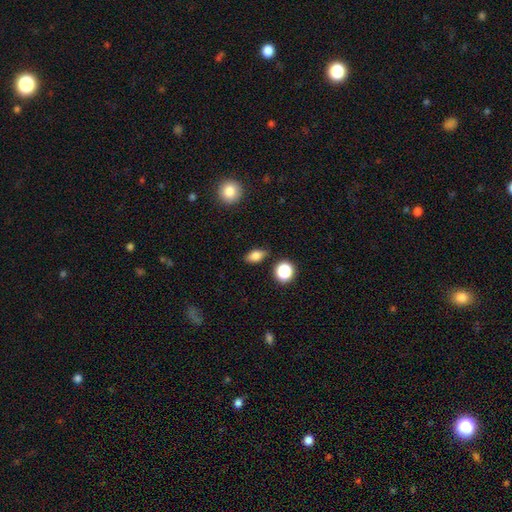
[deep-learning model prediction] Smooth or featured?
  - smooth: 80% *
  - star or artifact: 11%
  - featured or disk: 10%
How rounded?
  - in between: 80% *
  - round: 15%
  - cigar-shaped: 5%
Merging?
  - none: 82% *
  - minor disturbance: 12%
  - merger: 3%
  - major disturbance: 3%